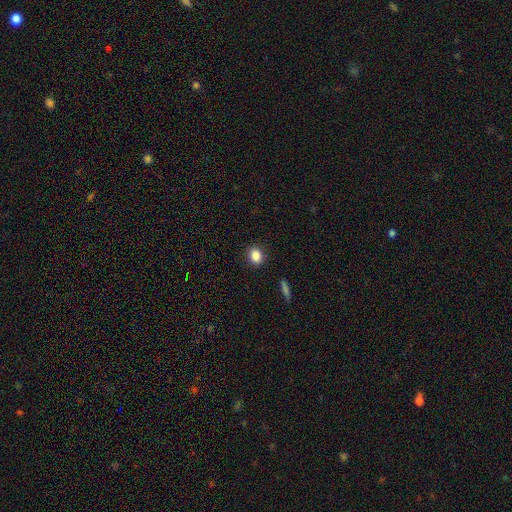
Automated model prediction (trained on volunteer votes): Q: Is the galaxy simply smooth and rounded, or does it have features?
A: smooth — 86%.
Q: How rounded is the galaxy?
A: round — 53%.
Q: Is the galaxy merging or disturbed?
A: none — 89%.